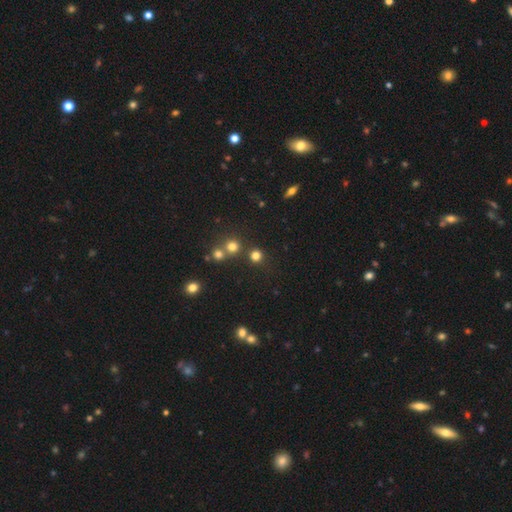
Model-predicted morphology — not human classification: smooth 76%, star or artifact 18%, featured or disk 6%. Down the decision tree: how rounded — round (91%); merging — none (77%).